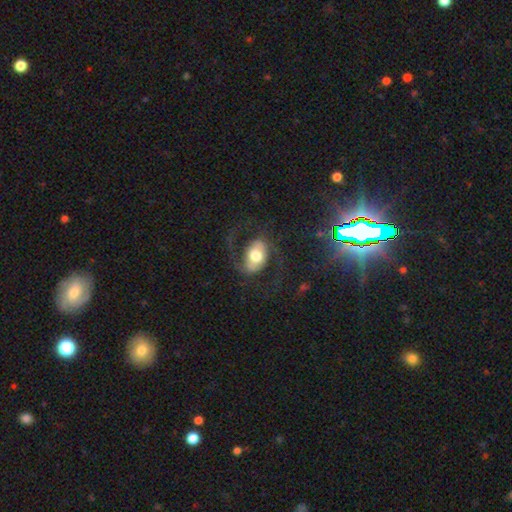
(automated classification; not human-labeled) A featured or disk galaxy (62%) with no bar (45%), spiral arms (78%) and a moderate central bulge (52%). Merging: none (63%).